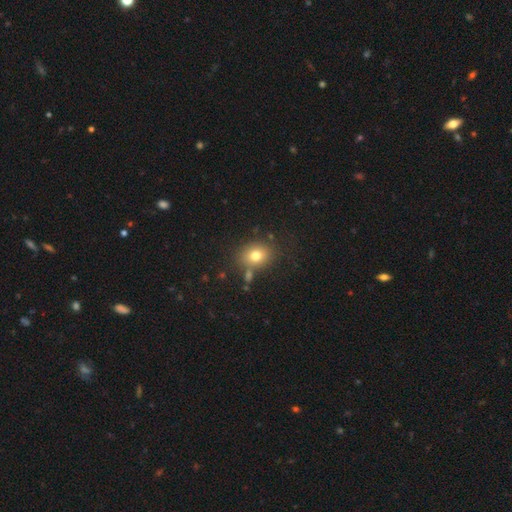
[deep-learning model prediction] This is likely a smooth galaxy (76%). How rounded: possibly round (56%). Merging: likely none (75%).